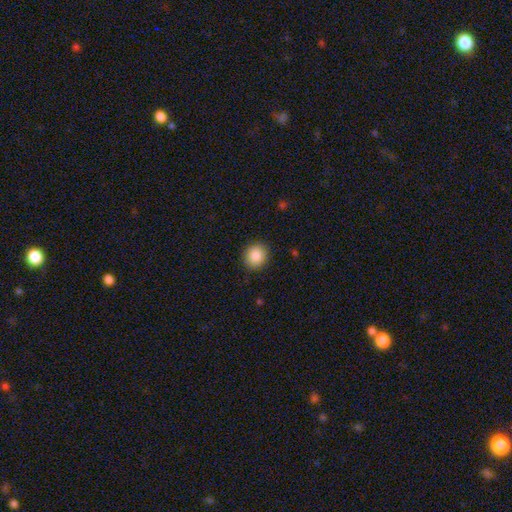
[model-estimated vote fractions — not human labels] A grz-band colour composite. It shows a smooth galaxy with no disk features (87%) that is round (86%). Merging: none (89%).